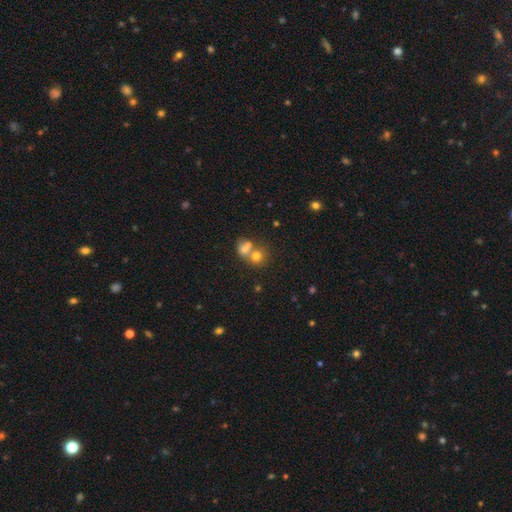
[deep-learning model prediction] Smooth or featured? smooth (66%)
How rounded? round (74%)
Merging? merger (56%)